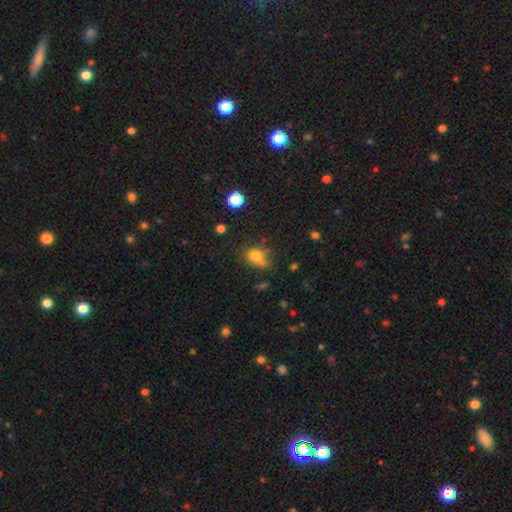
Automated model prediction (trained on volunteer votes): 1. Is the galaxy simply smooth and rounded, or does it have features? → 76% smooth, 14% star or artifact, 11% featured or disk.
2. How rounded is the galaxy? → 54% in between, 44% round, 2% cigar-shaped.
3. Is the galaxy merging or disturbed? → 47% none, 28% minor disturbance, 13% major disturbance, 12% merger.